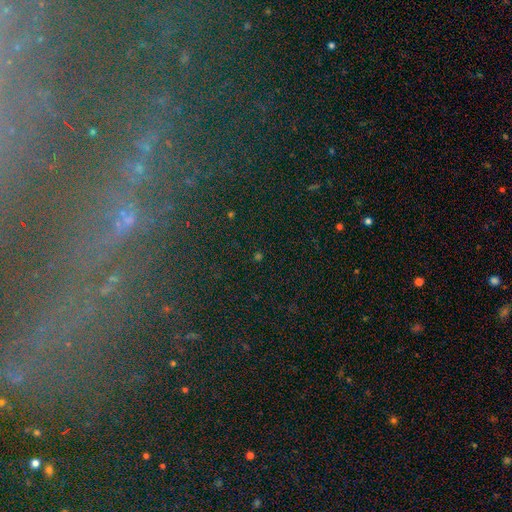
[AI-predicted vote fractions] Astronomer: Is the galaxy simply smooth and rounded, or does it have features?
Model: star or artifact — 54% (runner-up: featured or disk, 29%).